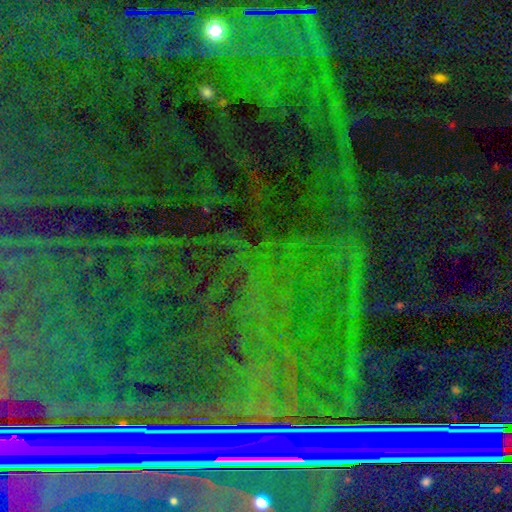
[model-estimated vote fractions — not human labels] A star or artifact, not a galaxy (87%).

Vote fractions:
- Smooth or featured? star or artifact: 87% / featured or disk: 8% / smooth: 6%